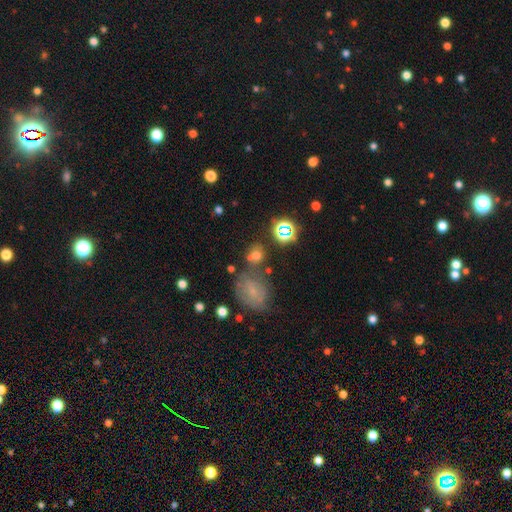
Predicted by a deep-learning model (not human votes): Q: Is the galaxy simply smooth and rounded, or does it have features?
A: smooth — 48%.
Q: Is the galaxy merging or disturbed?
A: none — 61%.